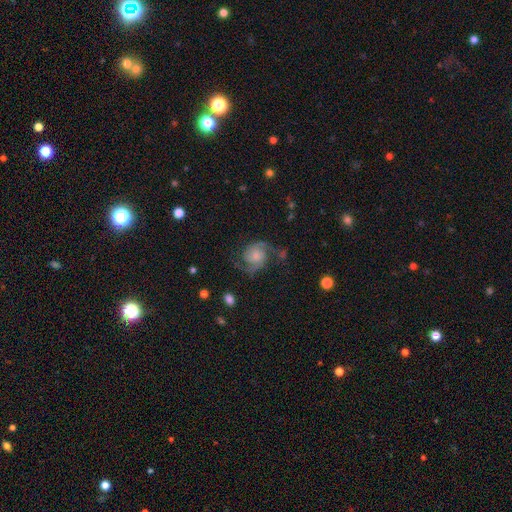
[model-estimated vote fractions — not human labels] Smooth or featured? featured or disk (85%)
Edge-on disk? no (98%)
Bar? no (75%)
Spiral arms? yes (97%)
Spiral winding? medium (52%)
Spiral arm count? 2 (93%)
Bulge size? small (47%)
Merging? none (72%)